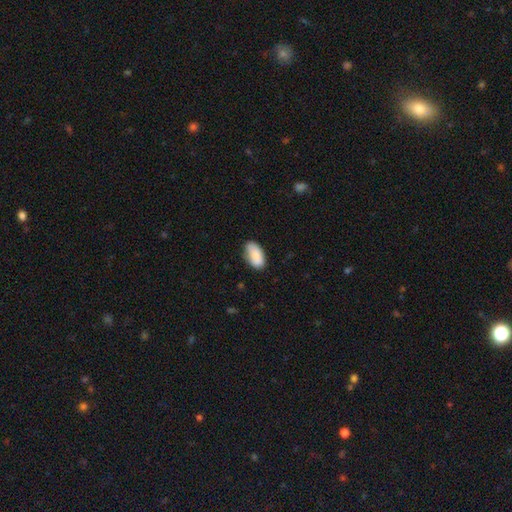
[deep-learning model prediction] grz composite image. It shows a smooth galaxy with no disk features (85%) that is in between round and cigar-shaped (94%). Merging: none (75%).